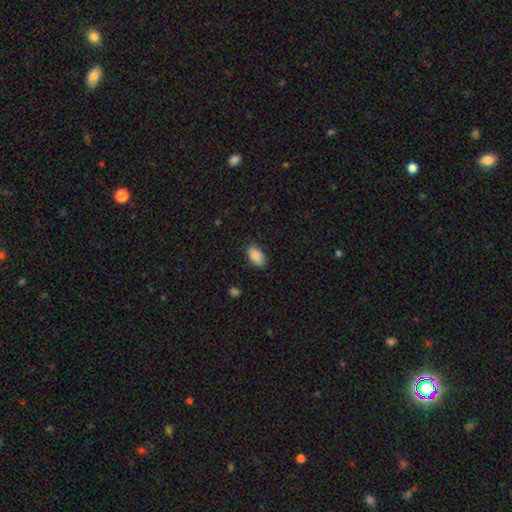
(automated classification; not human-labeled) This appears to be a smooth galaxy with no disk features (89%) that is in between round and cigar-shaped (93%). Merging: none (84%).